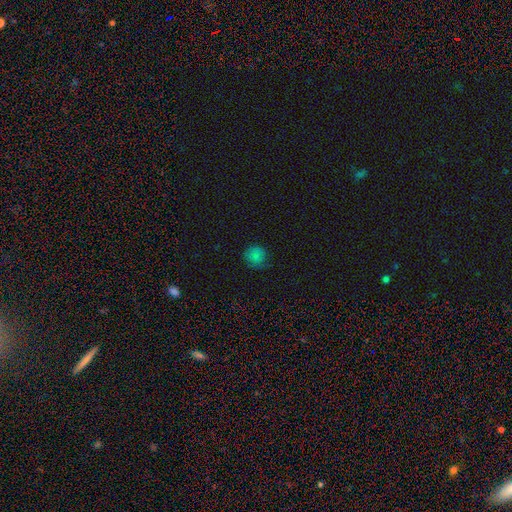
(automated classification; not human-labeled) Smooth or featured?
  - smooth: 79% *
  - star or artifact: 15%
  - featured or disk: 7%
How rounded?
  - round: 89% *
  - in between: 10%
  - cigar-shaped: 1%
Merging?
  - none: 74% *
  - minor disturbance: 20%
  - major disturbance: 5%
  - merger: 1%